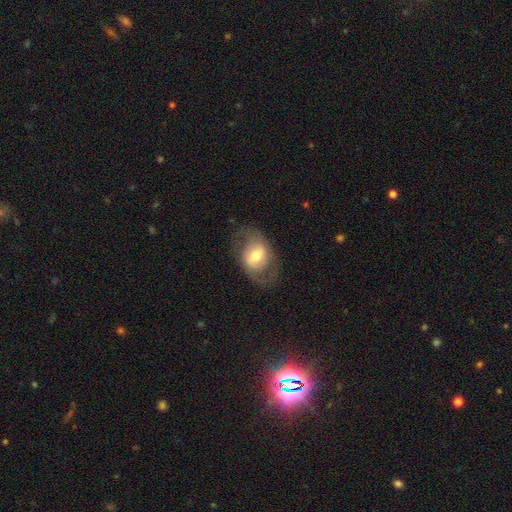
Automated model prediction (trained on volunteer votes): Q: Smooth or featured?
A: featured or disk (50%); runner-up: smooth (42%)
Q: Edge-on disk?
A: no (94%); runner-up: yes (6%)
Q: Merging?
A: none (70%); runner-up: minor disturbance (17%)